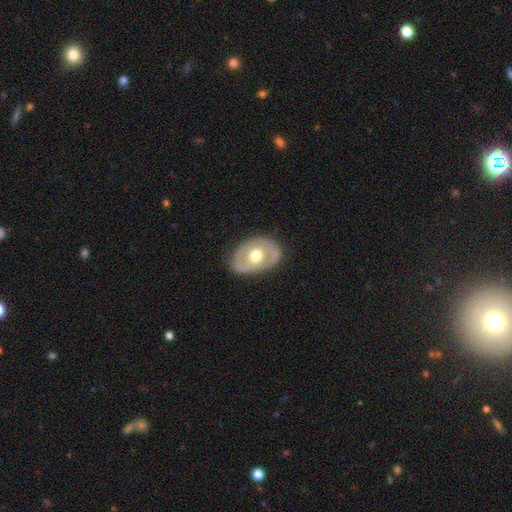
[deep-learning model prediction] The model was most divided on "smooth or featured": featured or disk: 53%, smooth: 42%, star or artifact: 5%. More confident: edge-on disk — no (91%); merging — none (79%).